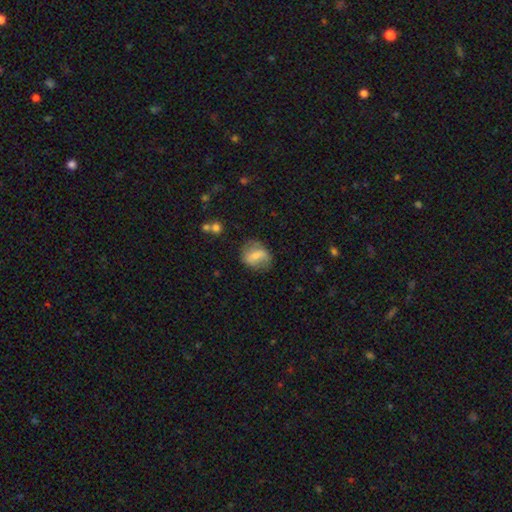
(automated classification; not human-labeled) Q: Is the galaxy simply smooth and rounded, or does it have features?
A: smooth — 57%.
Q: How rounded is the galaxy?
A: round — 49%, tied with in between.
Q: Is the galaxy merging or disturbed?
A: none — 65%.